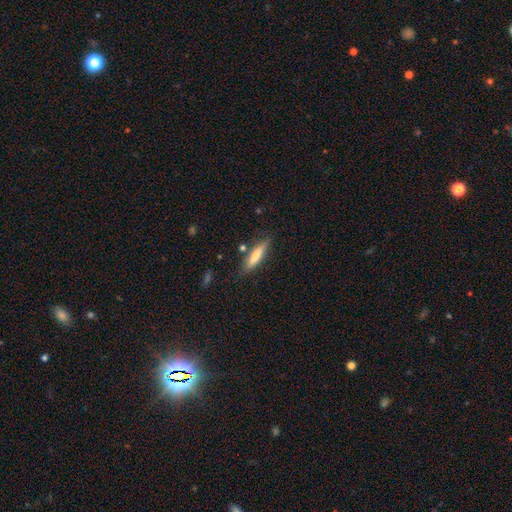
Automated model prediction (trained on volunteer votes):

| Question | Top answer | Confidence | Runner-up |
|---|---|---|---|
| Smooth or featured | smooth | 66% | featured or disk (28%) |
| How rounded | cigar-shaped | 80% | in between (18%) |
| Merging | none | 79% | minor disturbance (13%) |